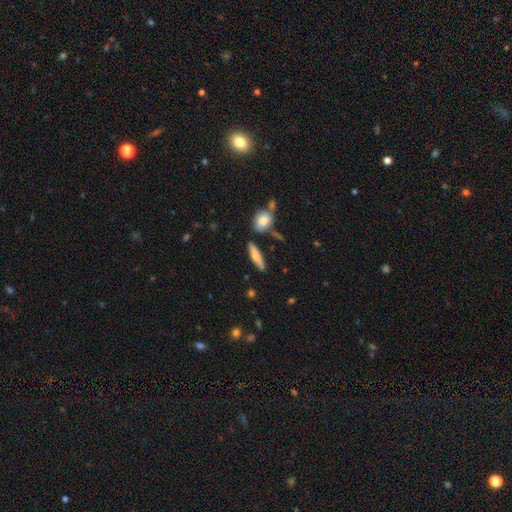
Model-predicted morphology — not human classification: type=smooth (61%); roundness=cigar-shaped (70%); merging=none (80%).